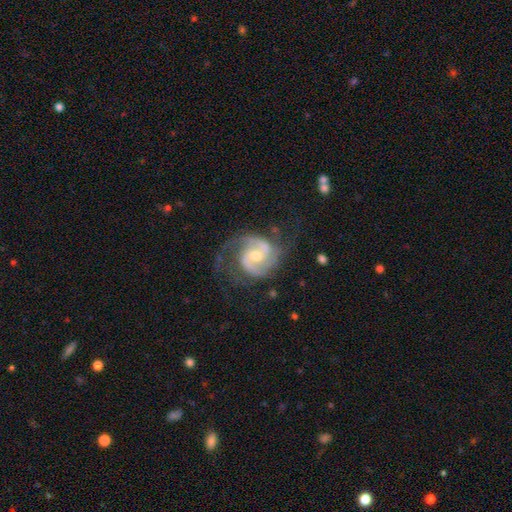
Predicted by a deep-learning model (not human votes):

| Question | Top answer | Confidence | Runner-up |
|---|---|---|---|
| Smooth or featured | featured or disk | 90% | smooth (6%) |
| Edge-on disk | no | 98% | yes (2%) |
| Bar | no | 44% | tied: weak (44%) |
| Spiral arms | yes | 98% | no (2%) |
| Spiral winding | medium | 53% | tight (28%) |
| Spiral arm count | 2 | 79% | 3 (8%) |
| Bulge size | moderate | 56% | small (39%) |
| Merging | none | 62% | minor disturbance (21%) |